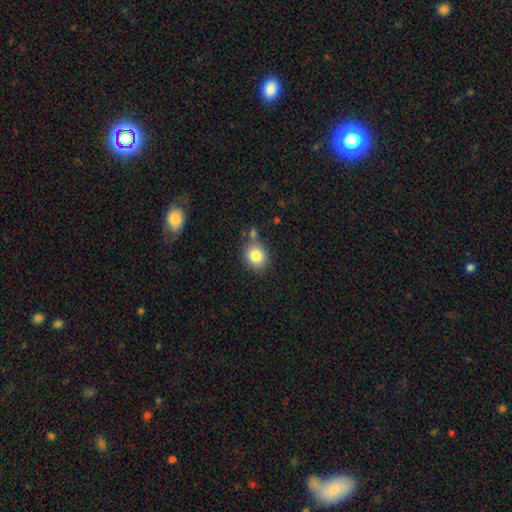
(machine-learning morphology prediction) A smooth galaxy with no disk features (83%) that is round (71%). Merging: none (70%).